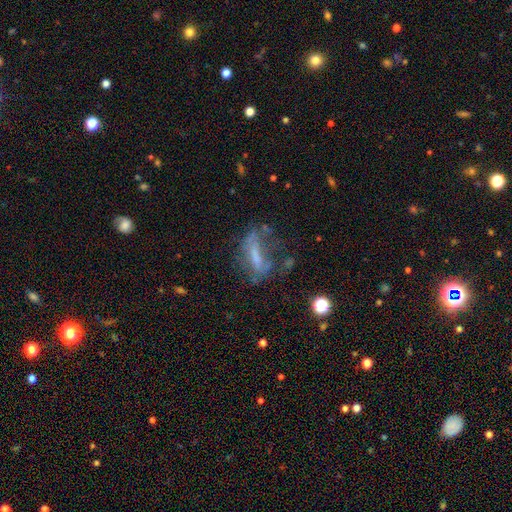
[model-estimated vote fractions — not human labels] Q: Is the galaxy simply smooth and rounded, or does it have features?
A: featured or disk — 46%.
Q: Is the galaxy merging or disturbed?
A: major disturbance — 35%, tied with none.